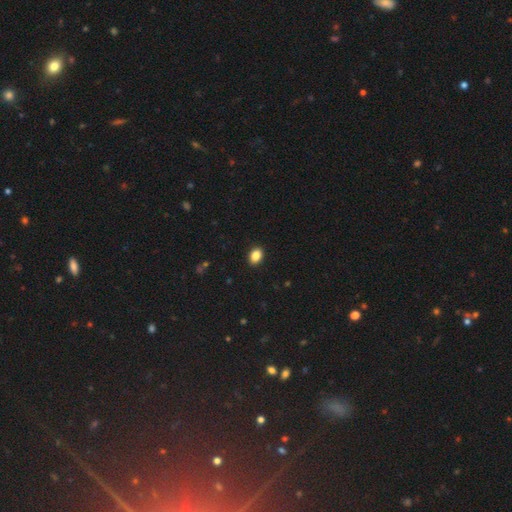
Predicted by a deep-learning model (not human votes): Morphology: type=smooth (87%); roundness=in between (73%); merging=none (91%).